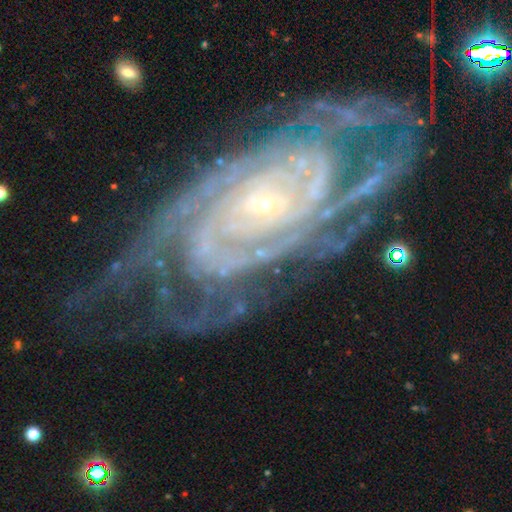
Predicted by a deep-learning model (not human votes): Smooth or featured? Predicted: featured or disk (p=0.91). Edge-on disk? Predicted: no (p=0.96). Bar? Predicted: no (p=0.67). Spiral arms? Predicted: yes (p=0.98). Spiral winding? Predicted: tight (p=0.74). Spiral arm count? Predicted: 2 (p=0.27). Bulge size? Predicted: small (p=0.86). Merging? Predicted: none (p=0.65).